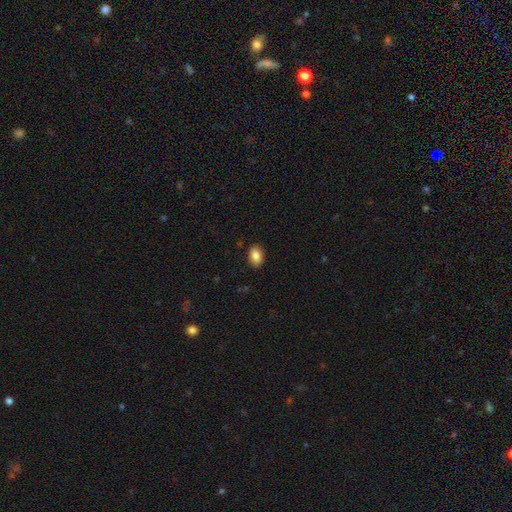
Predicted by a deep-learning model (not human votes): Morphology: type=smooth (87%); roundness=in between (86%); merging=none (88%).